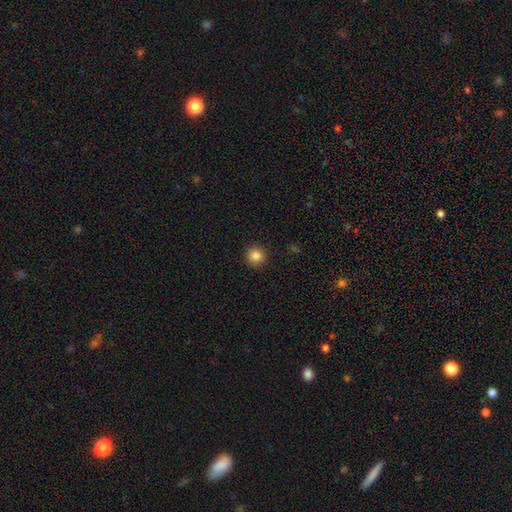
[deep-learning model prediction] Smooth or featured? smooth (85%)
How rounded? round (93%)
Merging? none (91%)